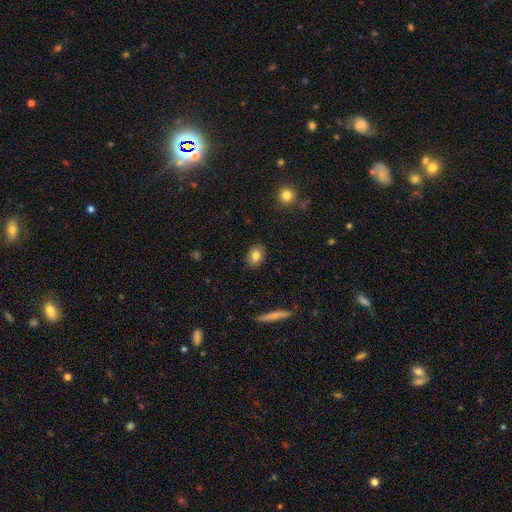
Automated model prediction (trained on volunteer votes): A smooth galaxy with no disk features (81%) that is in between round and cigar-shaped (73%). Merging: none (88%).